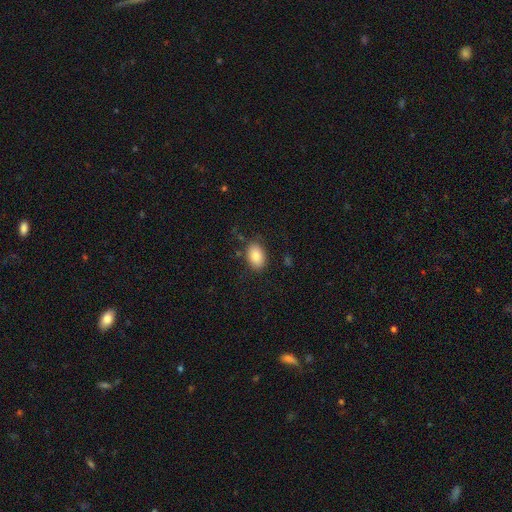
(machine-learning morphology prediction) Smooth or featured?
  - smooth: 85% *
  - star or artifact: 8%
  - featured or disk: 7%
How rounded?
  - in between: 86% *
  - round: 12%
  - cigar-shaped: 1%
Merging?
  - none: 82% *
  - minor disturbance: 12%
  - major disturbance: 3%
  - merger: 2%